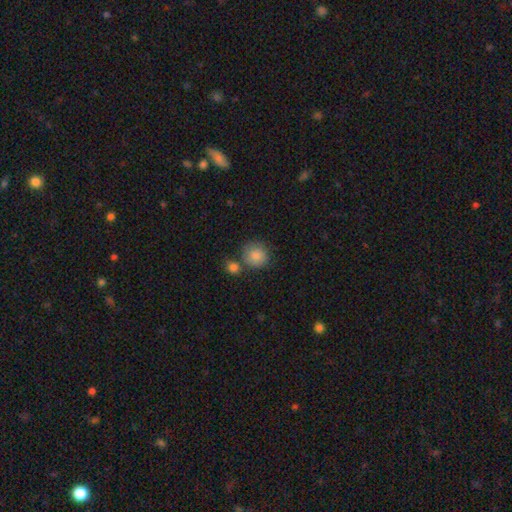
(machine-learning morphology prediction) This is clearly a smooth galaxy (84%). How rounded: clearly round (89%). Merging: likely none (68%).